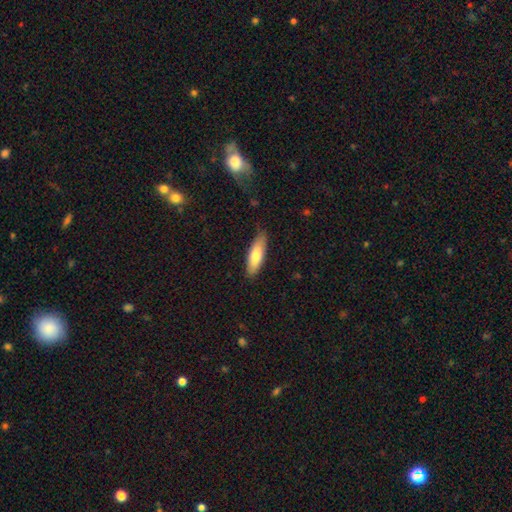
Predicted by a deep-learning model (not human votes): The model was most divided on "how rounded": in between: 53%, cigar-shaped: 45%, round: 2%. More confident: merging — none (82%); smooth or featured — smooth (75%).